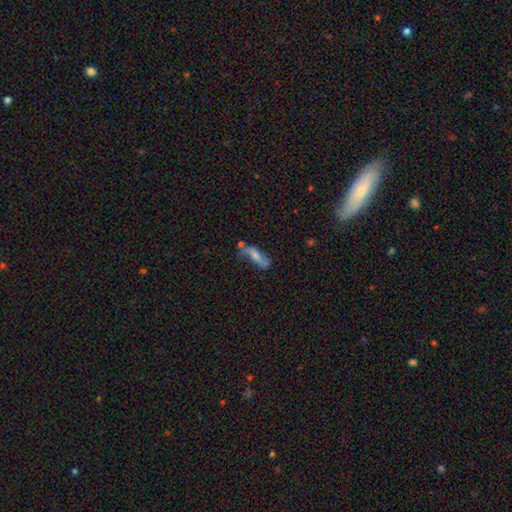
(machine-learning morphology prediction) A smooth galaxy with no disk features (56%) that is in between round and cigar-shaped (51%). Merging: none (38%).